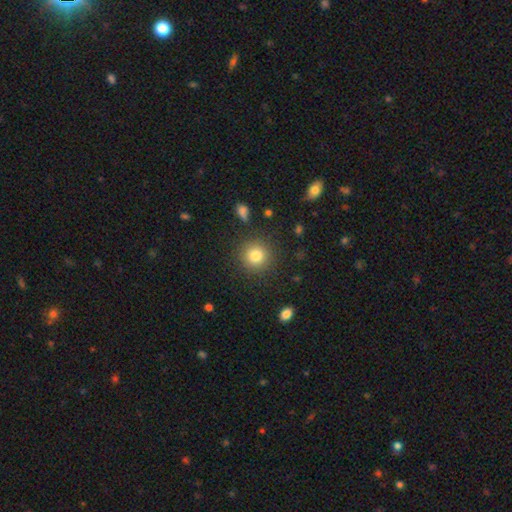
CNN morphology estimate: Smooth or featured?
  - smooth: 82% *
  - star or artifact: 11%
  - featured or disk: 7%
How rounded?
  - round: 92% *
  - in between: 7%
  - cigar-shaped: 1%
Merging?
  - none: 88% *
  - minor disturbance: 8%
  - major disturbance: 3%
  - merger: 2%